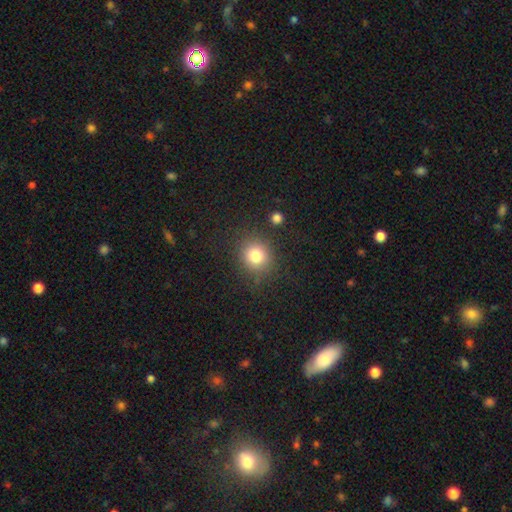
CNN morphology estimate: type=smooth (79%); roundness=round (85%); merging=none (85%).